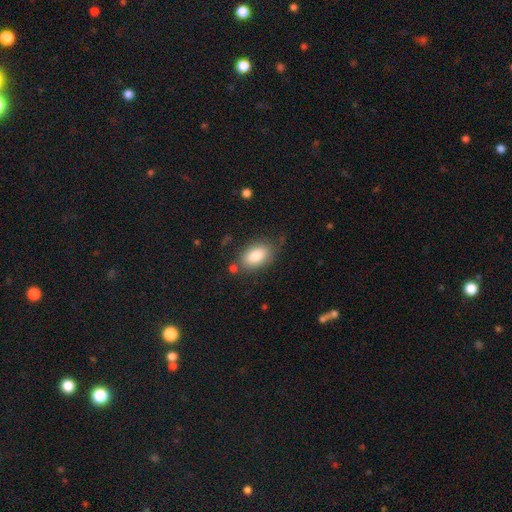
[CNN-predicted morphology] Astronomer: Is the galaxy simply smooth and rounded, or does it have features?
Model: smooth — 83%.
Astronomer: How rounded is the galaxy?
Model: in between — 91%.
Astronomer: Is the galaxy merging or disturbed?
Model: none — 73%.